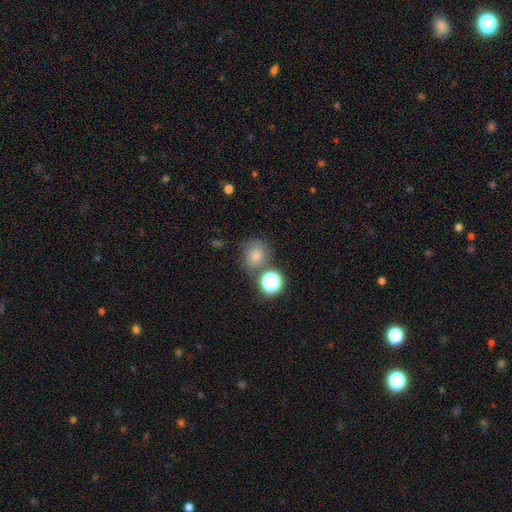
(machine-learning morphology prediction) type=smooth (74%); roundness=round (73%); merging=none (61%).